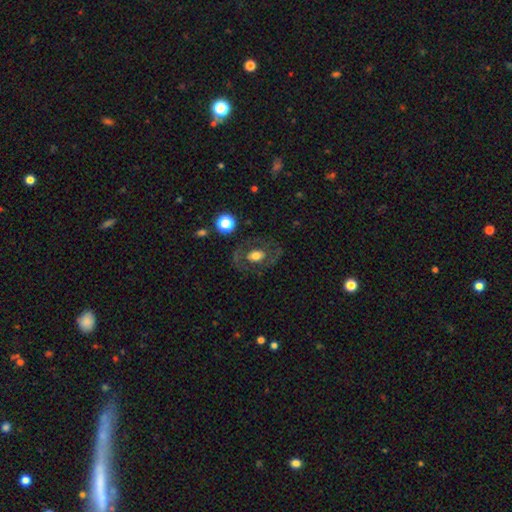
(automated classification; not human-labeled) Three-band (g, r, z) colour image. It shows a featured or disk galaxy (48%). Merging: none (72%).